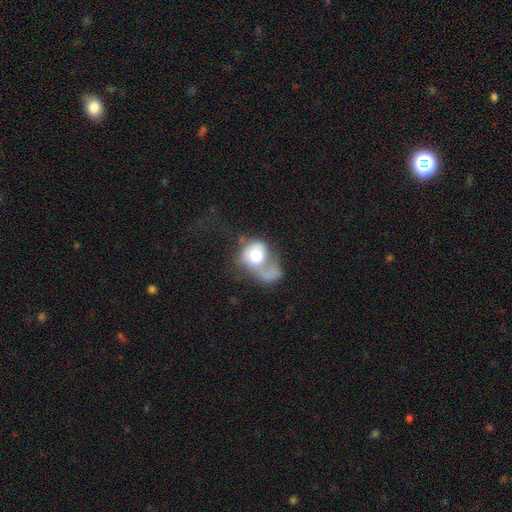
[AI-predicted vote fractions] Smooth or featured?
  - smooth: 60% *
  - featured or disk: 32%
  - star or artifact: 8%
How rounded?
  - round: 54% *
  - in between: 45%
  - cigar-shaped: 1%
Merging?
  - major disturbance: 51% *
  - merger: 23%
  - minor disturbance: 13%
  - none: 13%